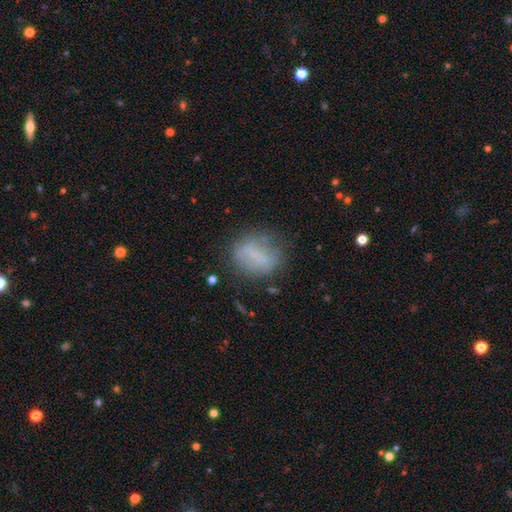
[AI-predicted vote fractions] Q: Smooth or featured?
A: smooth (55%); runner-up: featured or disk (33%)
Q: How rounded?
A: in between (52%); runner-up: round (42%)
Q: Merging?
A: none (65%); runner-up: minor disturbance (21%)